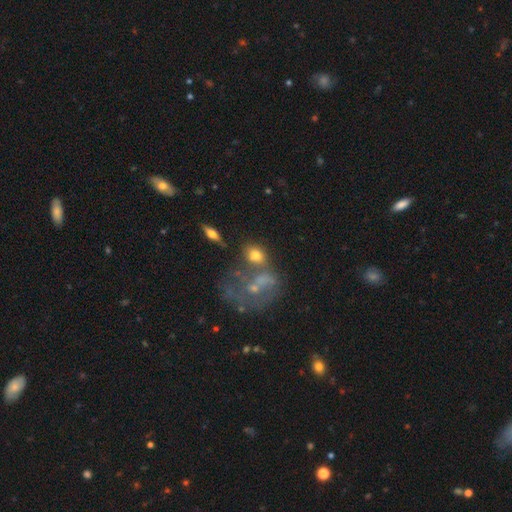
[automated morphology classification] The model was most divided on "how rounded": in between: 58%, round: 39%, cigar-shaped: 3%. More confident: smooth or featured — smooth (68%); merging — none (51%).